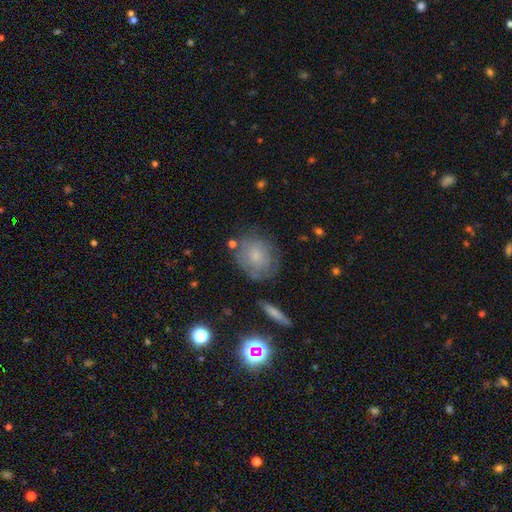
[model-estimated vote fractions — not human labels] smooth 59%, featured or disk 31%, star or artifact 11%. Down the decision tree: how rounded — round (65%); merging — none (67%).